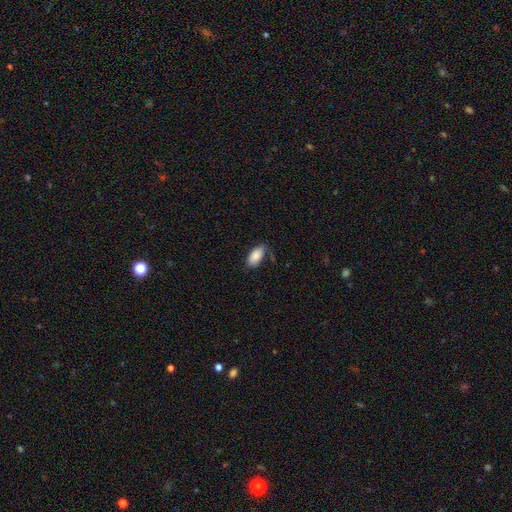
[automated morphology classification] Smooth or featured? smooth (88%)
How rounded? in between (93%)
Merging? none (74%)